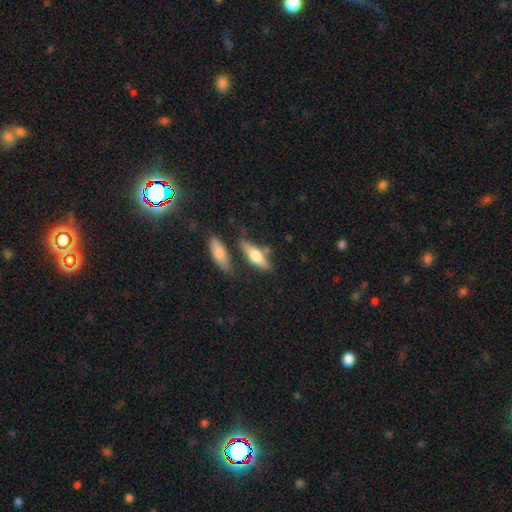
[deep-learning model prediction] This is possibly a smooth galaxy (58%). How rounded: possibly in between (52%). Merging: likely none (66%).